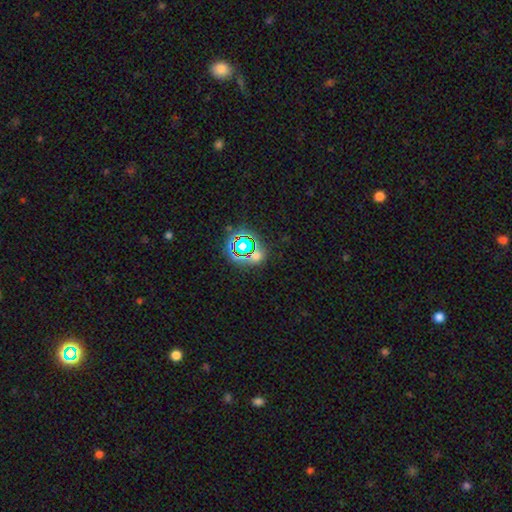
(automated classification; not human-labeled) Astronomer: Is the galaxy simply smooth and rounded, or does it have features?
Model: star or artifact — 59%.